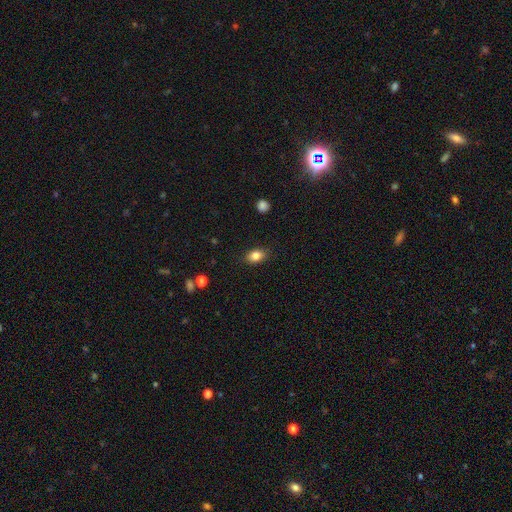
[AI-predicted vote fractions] Q: Smooth or featured?
A: smooth (83%); runner-up: star or artifact (9%)
Q: How rounded?
A: in between (79%); runner-up: round (19%)
Q: Merging?
A: none (86%); runner-up: minor disturbance (11%)